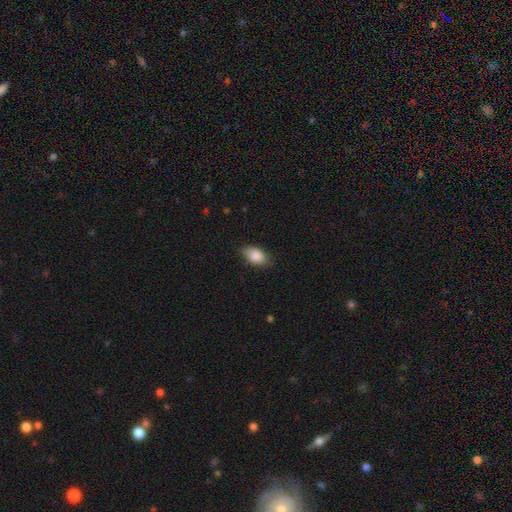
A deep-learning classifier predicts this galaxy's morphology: This is clearly a smooth galaxy (87%). How rounded: clearly in between (91%). Merging: likely none (76%).